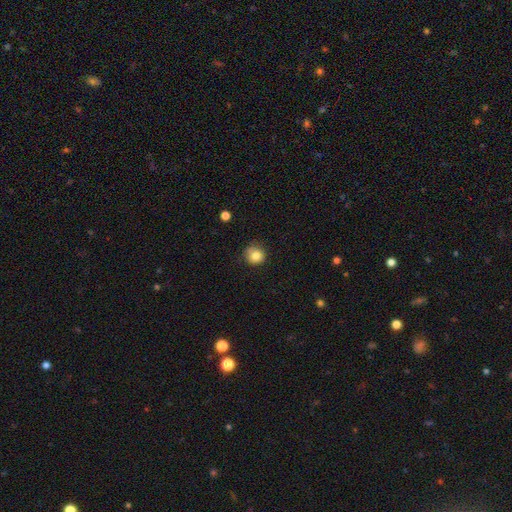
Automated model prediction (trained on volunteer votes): Smooth or featured?
  - smooth: 83% *
  - star or artifact: 10%
  - featured or disk: 7%
How rounded?
  - round: 88% *
  - in between: 11%
  - cigar-shaped: 1%
Merging?
  - none: 71% *
  - minor disturbance: 23%
  - major disturbance: 5%
  - merger: 2%